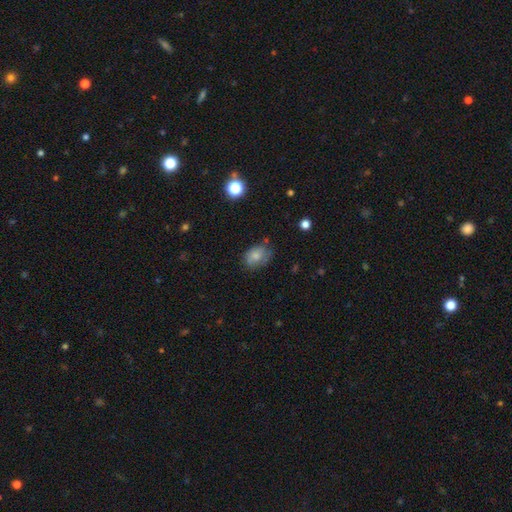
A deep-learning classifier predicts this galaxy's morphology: Smooth or featured?
  - smooth: 75% *
  - featured or disk: 16%
  - star or artifact: 10%
How rounded?
  - in between: 69% *
  - round: 29%
  - cigar-shaped: 1%
Merging?
  - none: 64% *
  - minor disturbance: 27%
  - major disturbance: 7%
  - merger: 3%